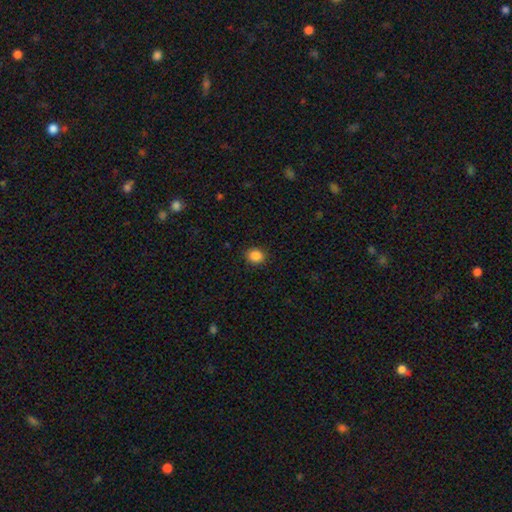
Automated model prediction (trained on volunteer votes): smooth-or-featured: smooth: 87% | star or artifact: 10% | featured or disk: 3%
  how-rounded: round: 69% | in between: 30% | cigar-shaped: 1%
  merging: none: 89% | minor disturbance: 8% | major disturbance: 2% | merger: 1%